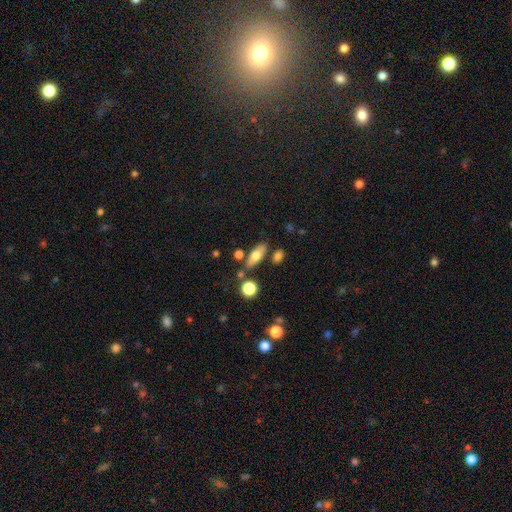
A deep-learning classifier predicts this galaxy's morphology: A smooth galaxy with no disk features (67%) that is in between round and cigar-shaped (71%). Merging: none (75%).